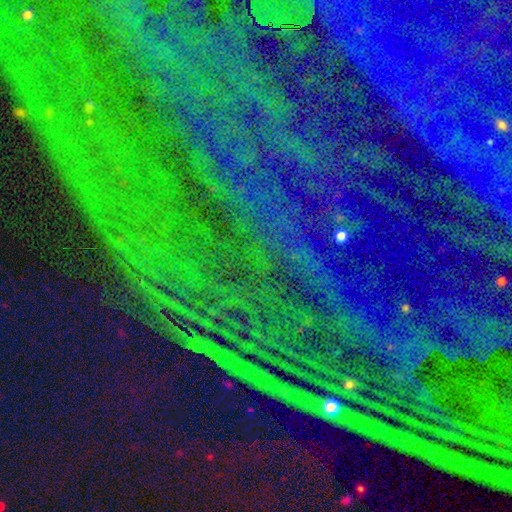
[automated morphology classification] smooth-or-featured: star or artifact: 86% | smooth: 7% | featured or disk: 7%